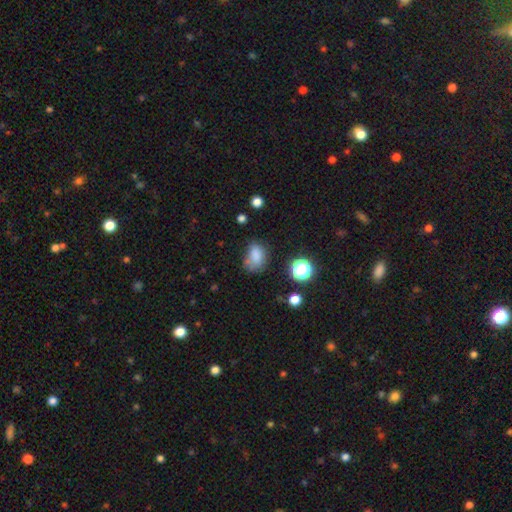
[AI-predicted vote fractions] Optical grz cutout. It shows a smooth galaxy with no disk features (79%) that is in between round and cigar-shaped (72%). Merging: none (53%).